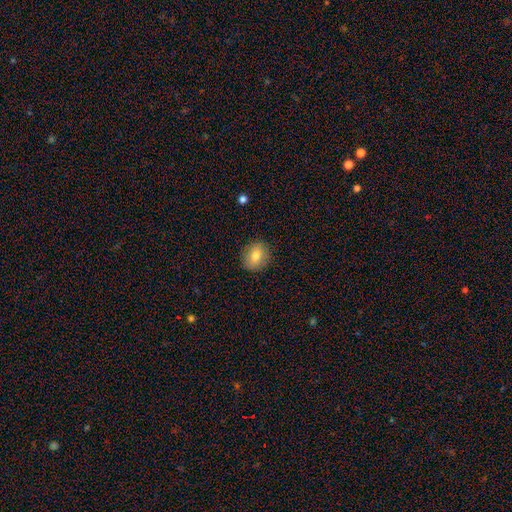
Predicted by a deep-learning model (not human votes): The model was most divided on "how rounded": round: 68%, in between: 31%, cigar-shaped: 1%. More confident: merging — none (88%); smooth or featured — smooth (77%).